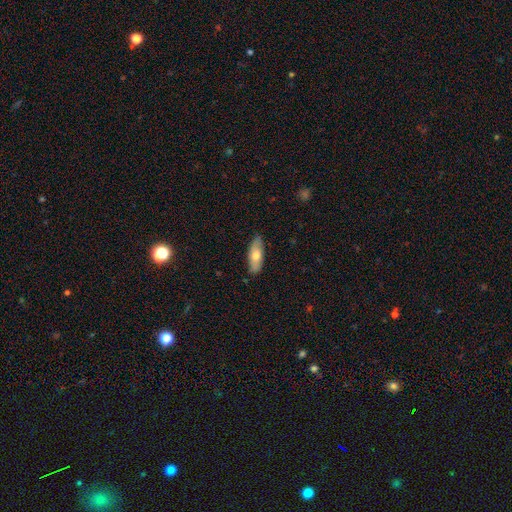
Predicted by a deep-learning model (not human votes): Overall: smooth (63%; featured or disk 31%). How rounded: in between (66%; cigar-shaped 31%). Merging: none (85%).